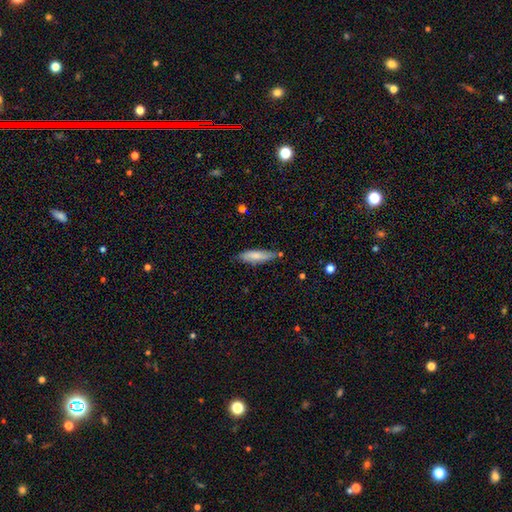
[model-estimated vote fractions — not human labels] A smooth galaxy with no disk features (76%) that is cigar-shaped (62%).

Vote fractions:
- Smooth or featured? smooth: 76% / featured or disk: 18% / star or artifact: 6%
- How rounded? cigar-shaped: 62% / in between: 36% / round: 2%
- Merging? none: 70% / minor disturbance: 22% / merger: 4% / major disturbance: 4%